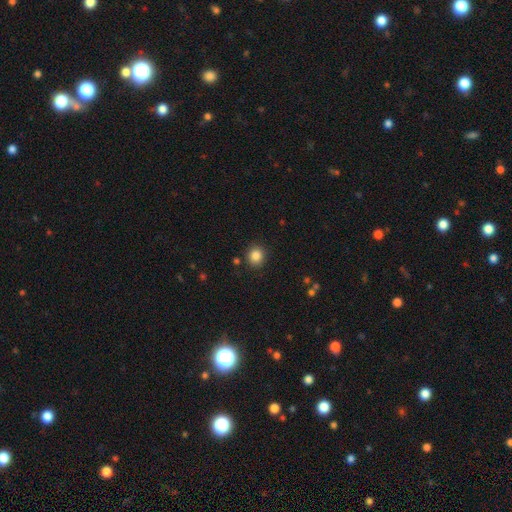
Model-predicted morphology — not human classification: smooth 86%, star or artifact 10%, featured or disk 4%. Down the decision tree: how rounded — round (86%); merging — none (88%).